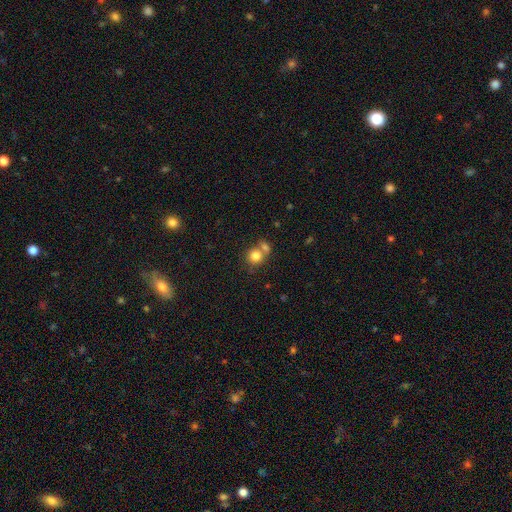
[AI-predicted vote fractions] This appears to be a smooth galaxy with no disk features (81%) that is round (83%). Merging: none (47%).